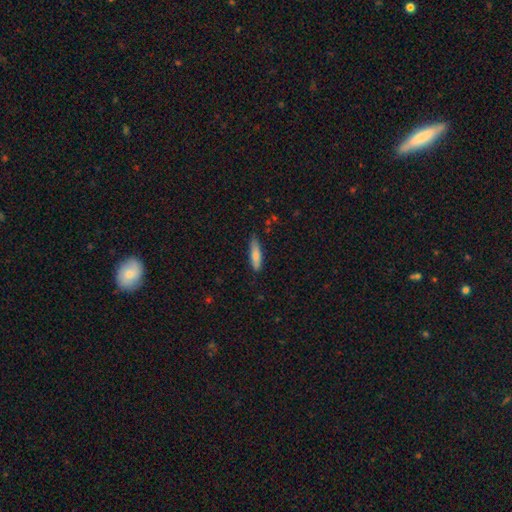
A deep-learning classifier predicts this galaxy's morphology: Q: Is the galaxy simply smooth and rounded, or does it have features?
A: smooth — 75%.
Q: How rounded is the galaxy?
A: cigar-shaped — 70%.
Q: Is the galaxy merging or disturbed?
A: none — 80%.